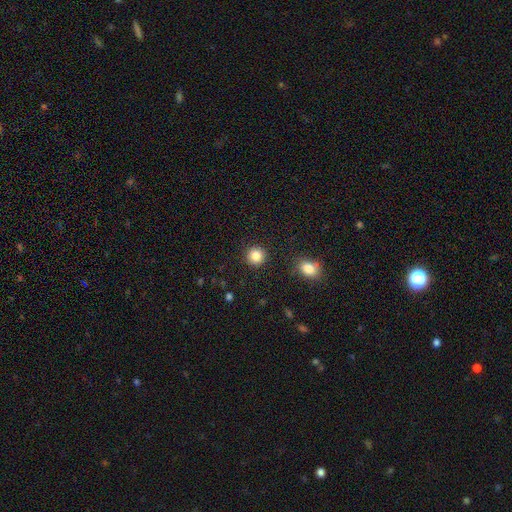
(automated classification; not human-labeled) Overall: smooth (85%). How rounded: round (93%). Merging: none (91%).